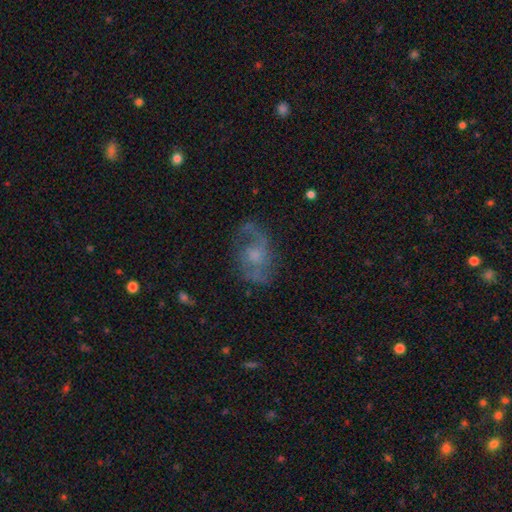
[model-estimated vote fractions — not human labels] featured or disk 74%, smooth 17%, star or artifact 9%. Down the decision tree: edge-on disk — no (97%); bar — no (64%); spiral arms — yes (88%); spiral arm count — 2 (80%); spiral winding — medium (46%); bulge size — moderate (41%); merging — none (67%).